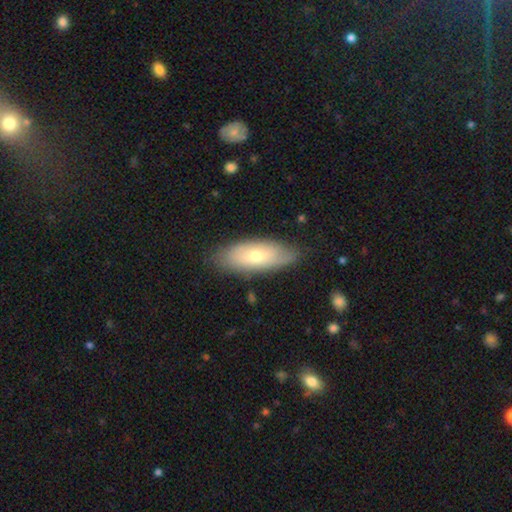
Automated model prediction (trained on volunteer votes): This appears to be a smooth galaxy with no disk features (58%) that is in between round and cigar-shaped (80%). Merging: none (78%).